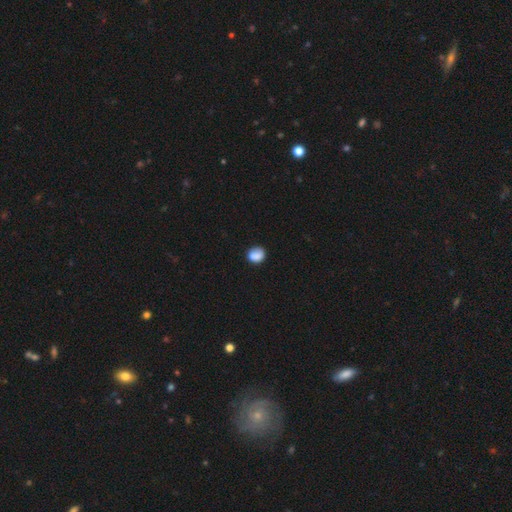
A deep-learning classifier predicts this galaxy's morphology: Smooth or featured? smooth (84%)
How rounded? round (69%)
Merging? none (70%)